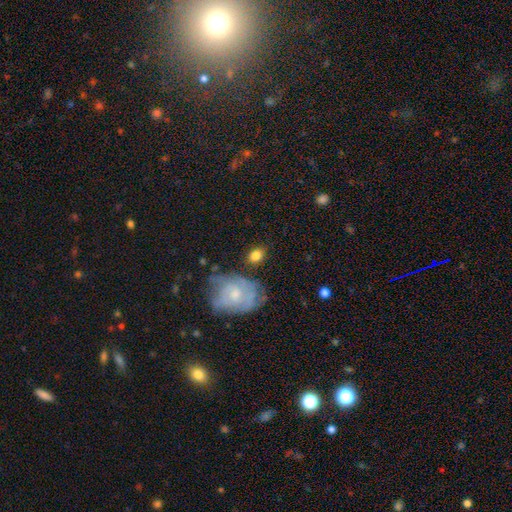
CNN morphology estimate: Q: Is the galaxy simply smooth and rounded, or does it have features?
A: smooth — 78%.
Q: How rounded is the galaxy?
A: in between — 58%.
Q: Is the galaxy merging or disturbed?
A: none — 74%.